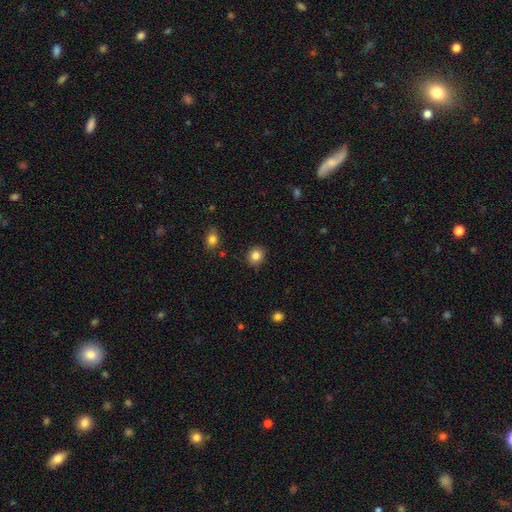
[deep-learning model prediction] This is clearly a smooth galaxy (85%). How rounded: likely round (76%). Merging: clearly none (89%).